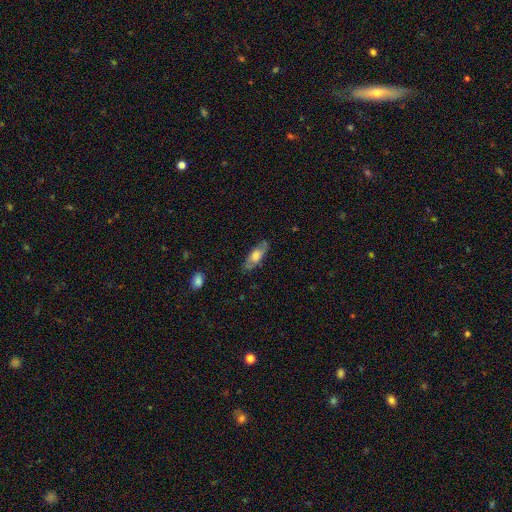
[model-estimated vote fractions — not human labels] Smooth or featured?
  - smooth: 52% *
  - featured or disk: 42%
  - star or artifact: 7%
How rounded?
  - in between: 65% *
  - cigar-shaped: 31%
  - round: 3%
Merging?
  - none: 77% *
  - minor disturbance: 17%
  - major disturbance: 5%
  - merger: 1%